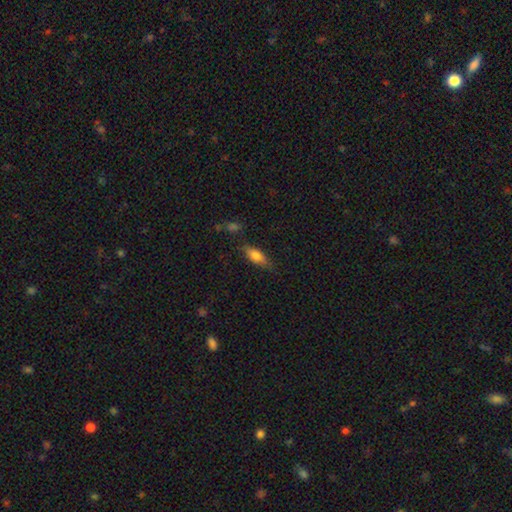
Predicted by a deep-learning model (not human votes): smooth_or_featured: smooth (p=0.76) [alt: featured or disk p=0.17]
how_rounded: in between (p=0.72) [alt: cigar-shaped p=0.24]
merging: none (p=0.73) [alt: minor disturbance p=0.19]